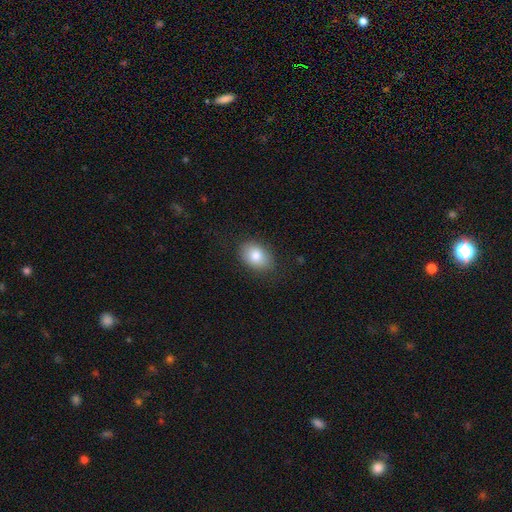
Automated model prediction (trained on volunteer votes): smooth-or-featured: smooth: 83% | featured or disk: 10% | star or artifact: 8%
  how-rounded: in between: 79% | round: 20% | cigar-shaped: 1%
  merging: none: 83% | minor disturbance: 12% | major disturbance: 3% | merger: 1%